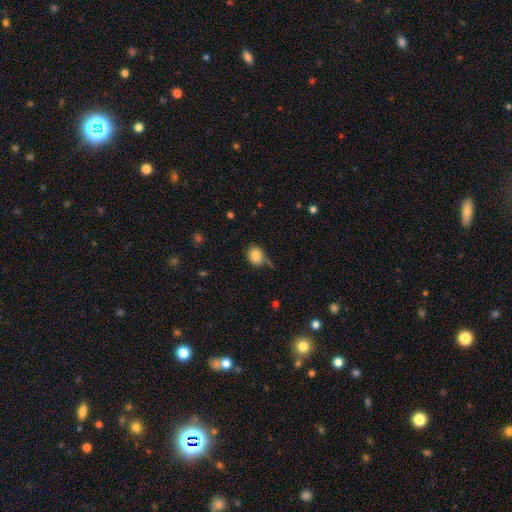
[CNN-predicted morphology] smooth 83%, star or artifact 9%, featured or disk 8%. Down the decision tree: how rounded — round (55%); merging — none (67%).